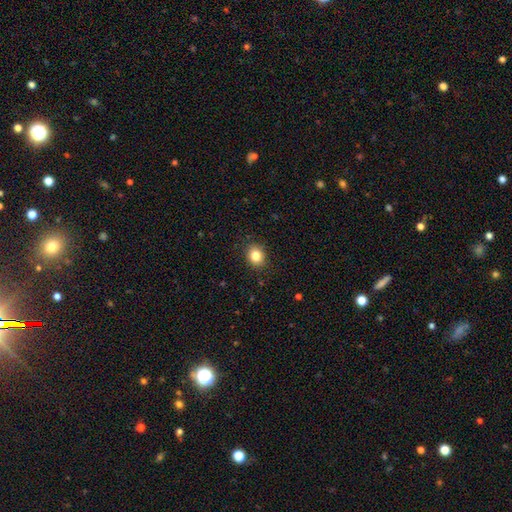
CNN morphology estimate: Smooth or featured? smooth (83%)
How rounded? round (63%)
Merging? none (89%)